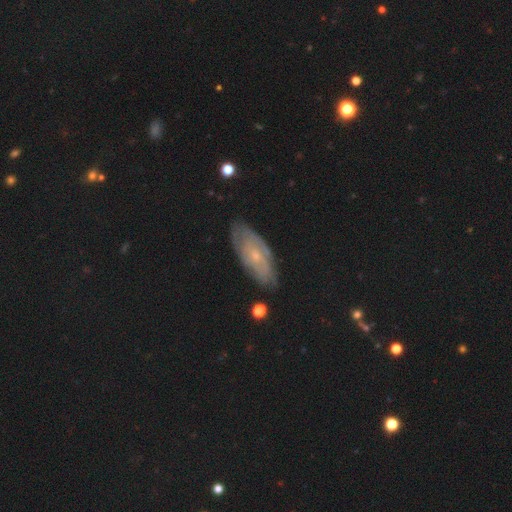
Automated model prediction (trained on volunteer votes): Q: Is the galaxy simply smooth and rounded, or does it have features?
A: featured or disk — 64%.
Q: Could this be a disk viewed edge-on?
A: no — 86%.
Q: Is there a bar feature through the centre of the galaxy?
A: no — 70%.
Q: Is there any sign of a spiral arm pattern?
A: yes — 76%.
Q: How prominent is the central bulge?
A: small — 71%.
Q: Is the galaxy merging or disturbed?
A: none — 78%.